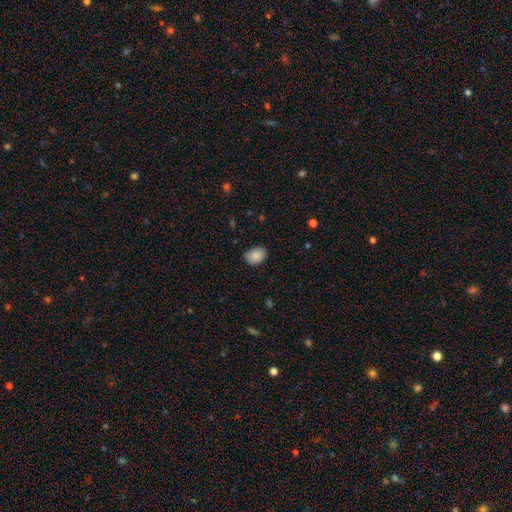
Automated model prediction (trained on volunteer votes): smooth-or-featured: smooth: 89% | star or artifact: 7% | featured or disk: 4%
  how-rounded: in between: 72% | round: 27% | cigar-shaped: 1%
  merging: none: 84% | minor disturbance: 12% | major disturbance: 2% | merger: 1%